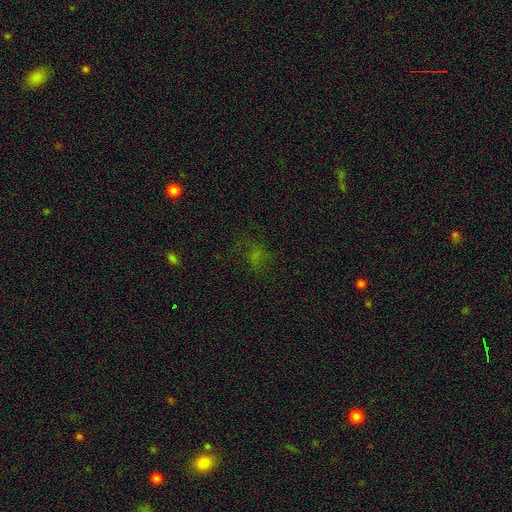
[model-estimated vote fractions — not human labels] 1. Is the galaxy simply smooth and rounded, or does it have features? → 43% smooth, 40% star or artifact, 17% featured or disk.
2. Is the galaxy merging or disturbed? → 62% none, 18% major disturbance, 18% minor disturbance, 3% merger.